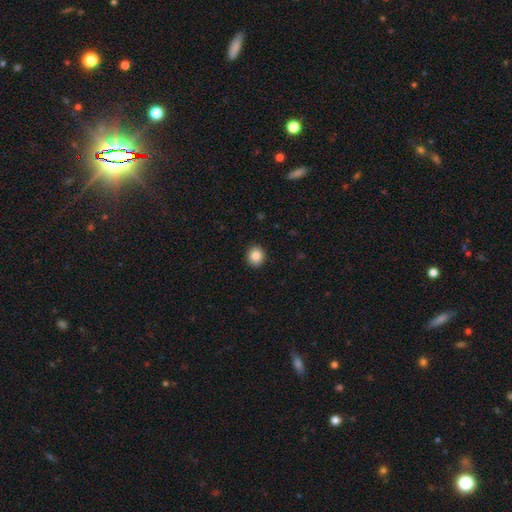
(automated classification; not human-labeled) A smooth galaxy with no disk features (86%) that is round (84%). Merging: none (92%).